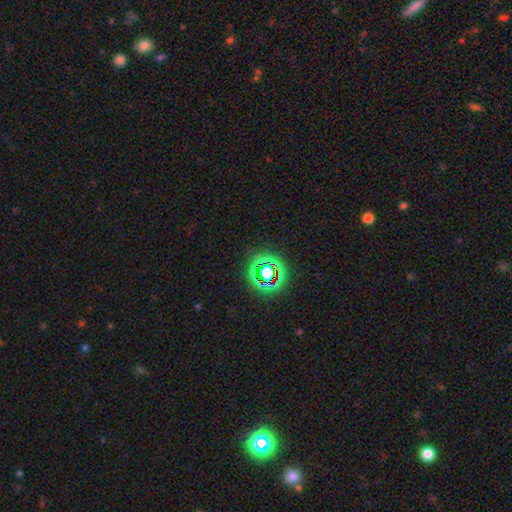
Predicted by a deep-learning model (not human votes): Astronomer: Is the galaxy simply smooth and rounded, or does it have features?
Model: star or artifact — 72%.